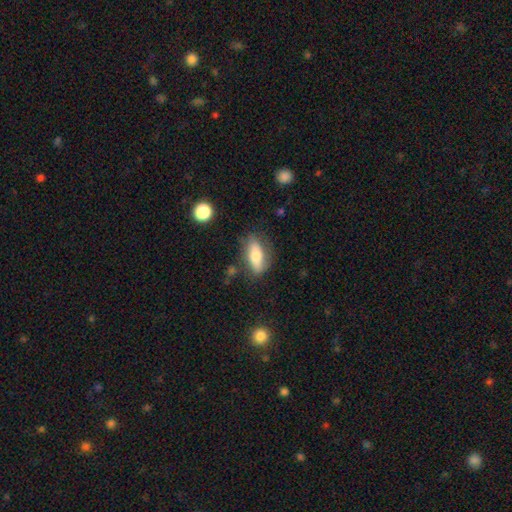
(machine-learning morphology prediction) smooth_or_featured: smooth (p=0.66) [alt: featured or disk p=0.27]
how_rounded: in between (p=0.71) [alt: cigar-shaped p=0.25]
merging: none (p=0.75) [alt: minor disturbance p=0.17]